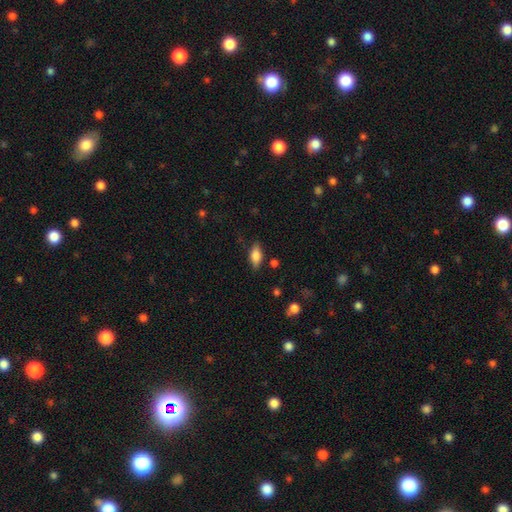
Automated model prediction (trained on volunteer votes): Smooth or featured? smooth (75%)
How rounded? in between (83%)
Merging? none (82%)